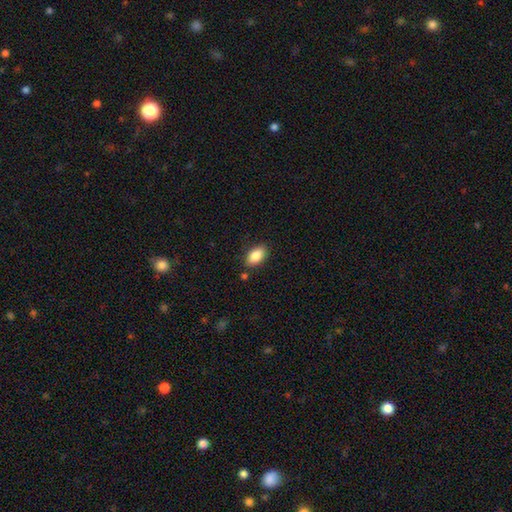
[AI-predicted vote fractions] Q: Smooth or featured?
A: smooth (86%); runner-up: star or artifact (7%)
Q: How rounded?
A: in between (92%); runner-up: round (5%)
Q: Merging?
A: none (84%); runner-up: minor disturbance (11%)